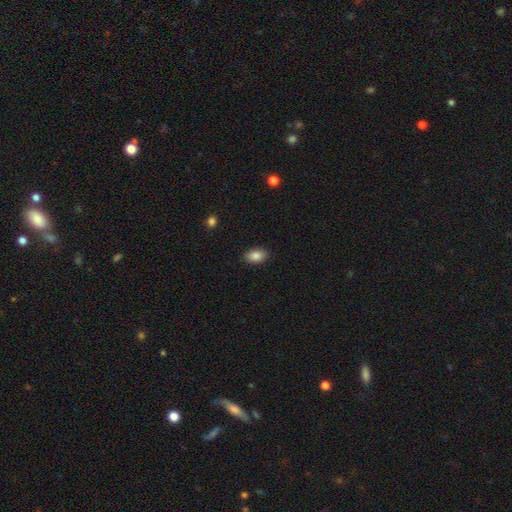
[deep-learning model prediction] Smooth or featured: smooth — 87% (star or artifact — 8%)
How rounded: in between — 91% (round — 8%)
Merging: none — 88% (minor disturbance — 9%)